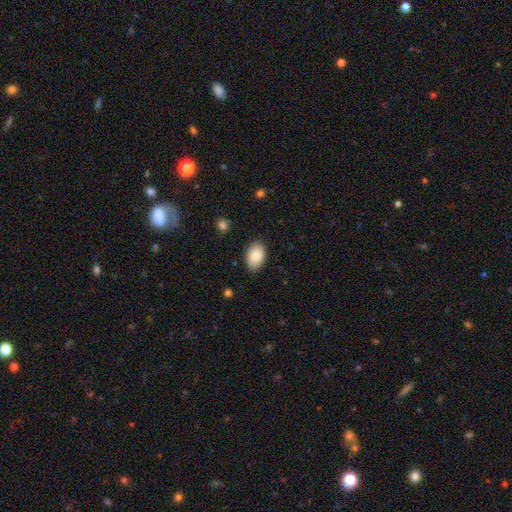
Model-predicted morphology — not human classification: smooth-or-featured: smooth: 86% | featured or disk: 8% | star or artifact: 7%
  how-rounded: in between: 91% | round: 8% | cigar-shaped: 1%
  merging: none: 87% | minor disturbance: 10% | major disturbance: 2% | merger: 1%